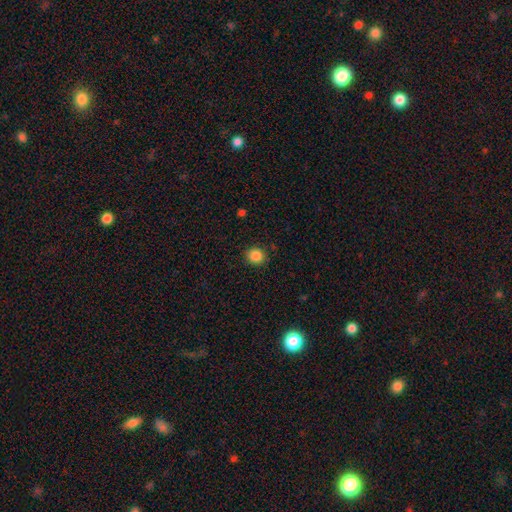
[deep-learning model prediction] Overall: smooth (86%). How rounded: round (84%). Merging: none (89%).